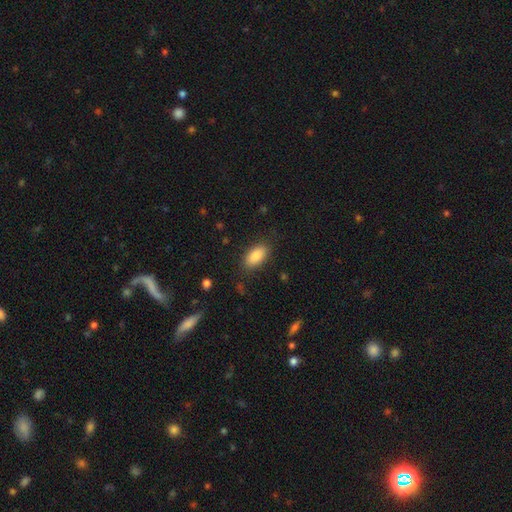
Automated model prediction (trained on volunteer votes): smooth 87%, star or artifact 7%, featured or disk 6%. Down the decision tree: how rounded — in between (91%); merging — none (84%).